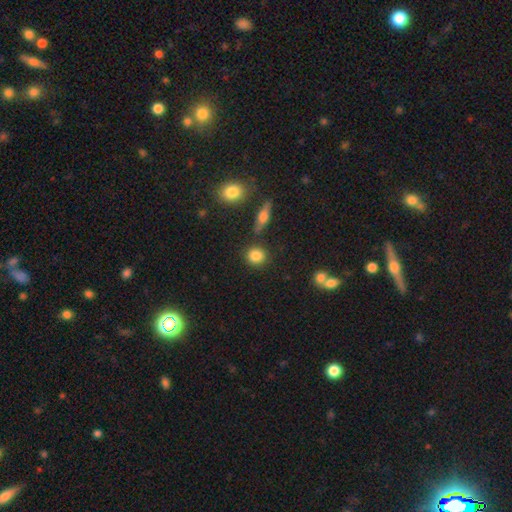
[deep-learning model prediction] smooth-or-featured: smooth: 84% | star or artifact: 9% | featured or disk: 7%
  how-rounded: round: 85% | in between: 13% | cigar-shaped: 2%
  merging: none: 83% | minor disturbance: 8% | merger: 6% | major disturbance: 3%